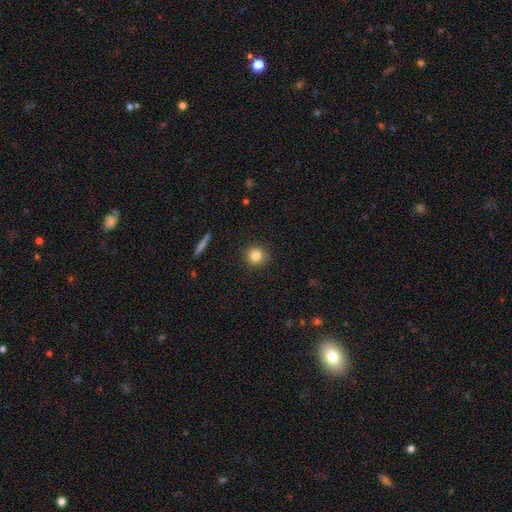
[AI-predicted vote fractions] This appears to be a smooth galaxy with no disk features (82%) that is round (93%). Merging: none (90%).